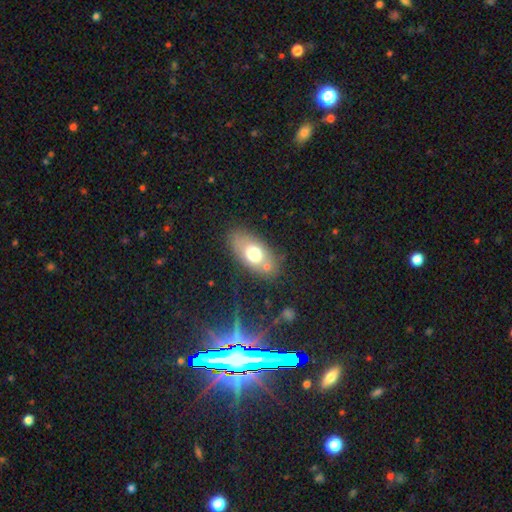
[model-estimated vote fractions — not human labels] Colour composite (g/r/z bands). It shows a smooth galaxy with no disk features (64%) that is in between round and cigar-shaped (87%). Merging: none (76%).